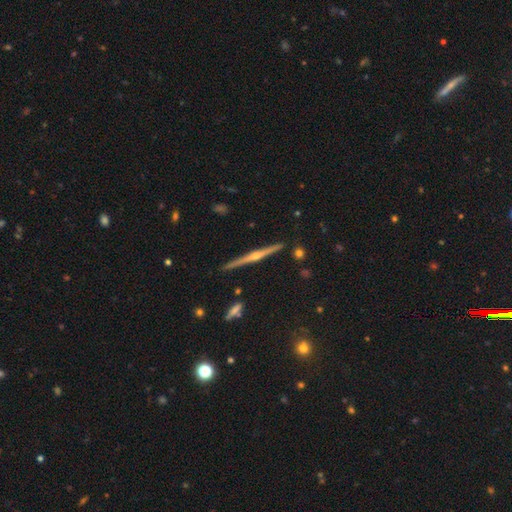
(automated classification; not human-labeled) This is clearly a featured or disk galaxy (82%). It is clearly viewed edge-on (99%). Edge-on bulge: clearly rounded (87%). Merging: clearly none (91%).